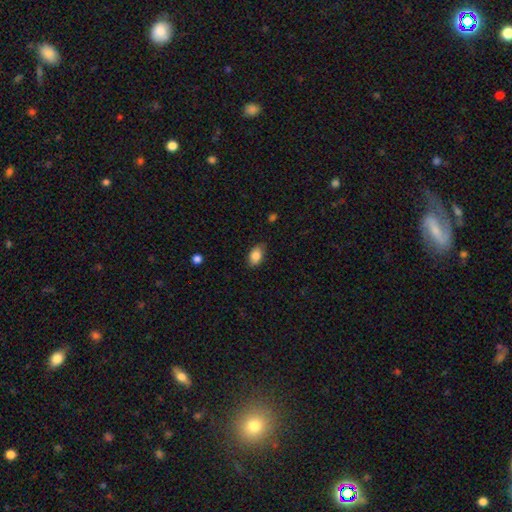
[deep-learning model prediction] smooth-or-featured: smooth: 86% | star or artifact: 8% | featured or disk: 7%
  how-rounded: in between: 89% | round: 10% | cigar-shaped: 2%
  merging: none: 80% | minor disturbance: 16% | major disturbance: 3% | merger: 1%